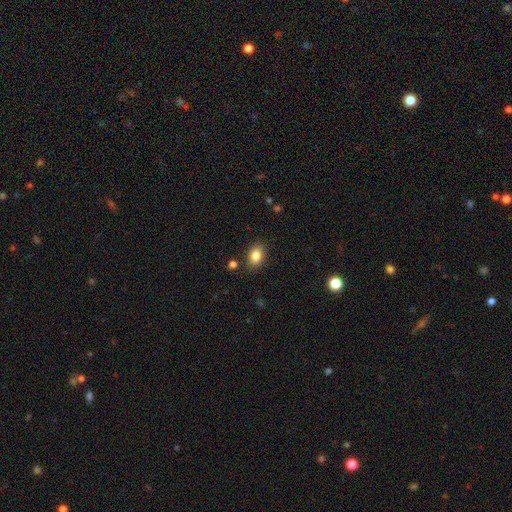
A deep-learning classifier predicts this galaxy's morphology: Overall: smooth (85%). How rounded: in between (76%). Merging: none (84%).